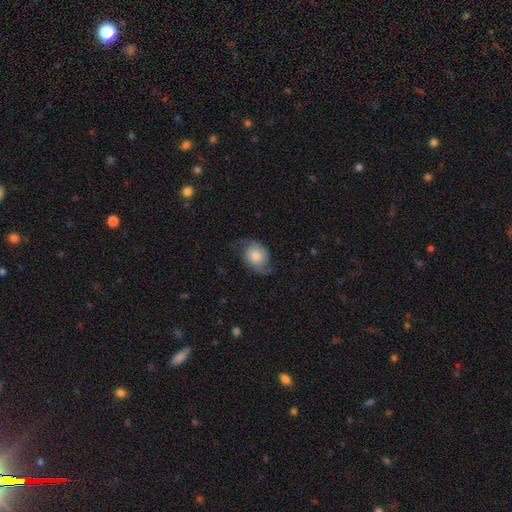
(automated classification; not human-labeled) featured or disk 58%, smooth 34%, star or artifact 8%. Down the decision tree: edge-on disk — no (96%); bar — no (77%); spiral arms — yes (91%); spiral arm count — 2 (89%); spiral winding — loose (52%); bulge size — moderate (40%); merging — none (64%).